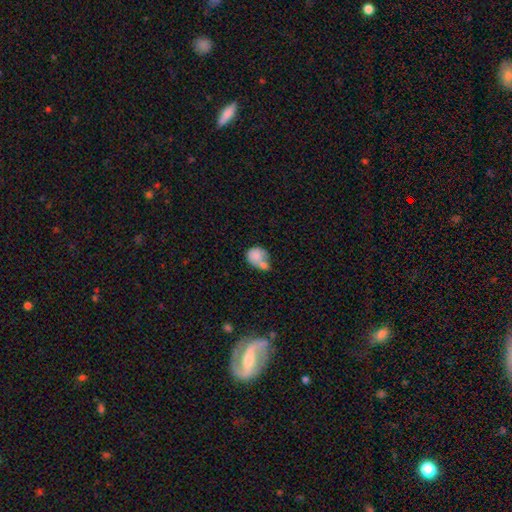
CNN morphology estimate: This appears to be a smooth galaxy with no disk features (79%) that is round (63%). Merging: merger (54%).